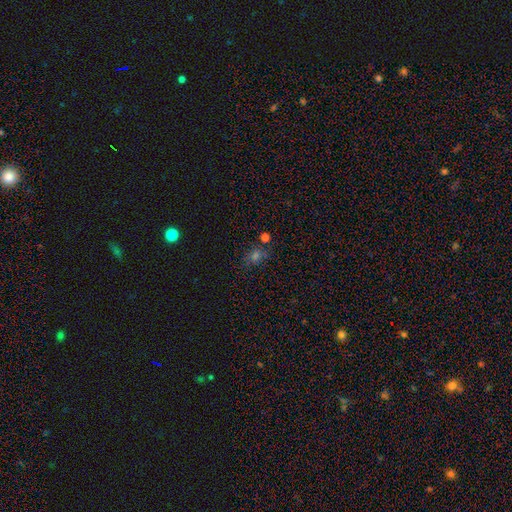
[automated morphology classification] smooth_or_featured: smooth (p=0.48) [alt: star or artifact p=0.39]
merging: none (p=0.69) [alt: minor disturbance p=0.14]